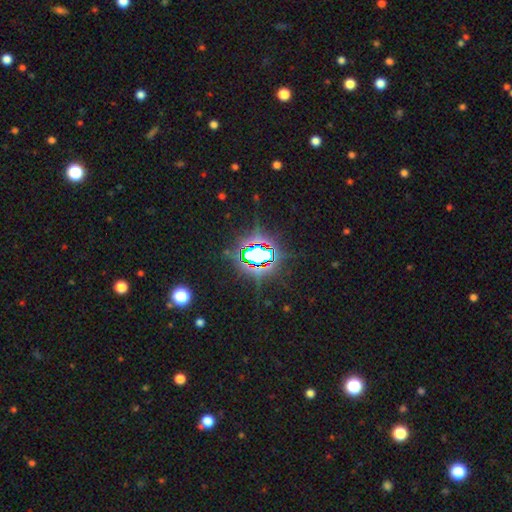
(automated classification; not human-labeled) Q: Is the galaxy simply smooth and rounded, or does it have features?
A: star or artifact — 79%.